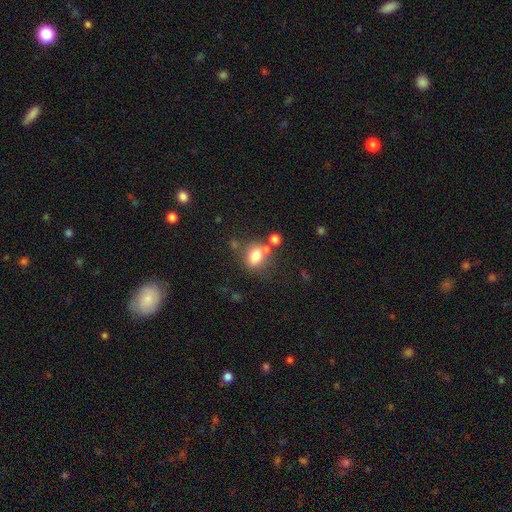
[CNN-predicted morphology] type=smooth (77%); roundness=in between (52%); merging=none (60%).